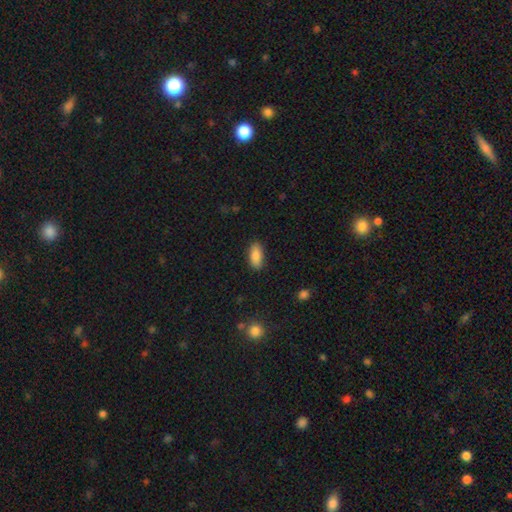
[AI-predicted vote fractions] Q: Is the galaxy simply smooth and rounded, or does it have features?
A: smooth — 87%.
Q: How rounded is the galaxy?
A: in between — 89%.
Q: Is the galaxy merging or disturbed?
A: none — 86%.